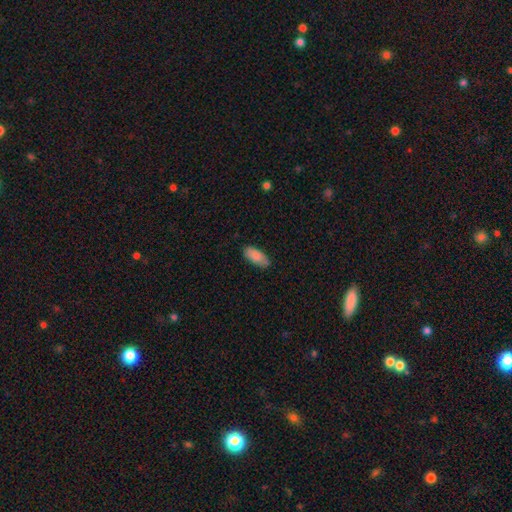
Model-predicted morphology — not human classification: Overall: smooth (86%). How rounded: in between (86%). Merging: none (80%).